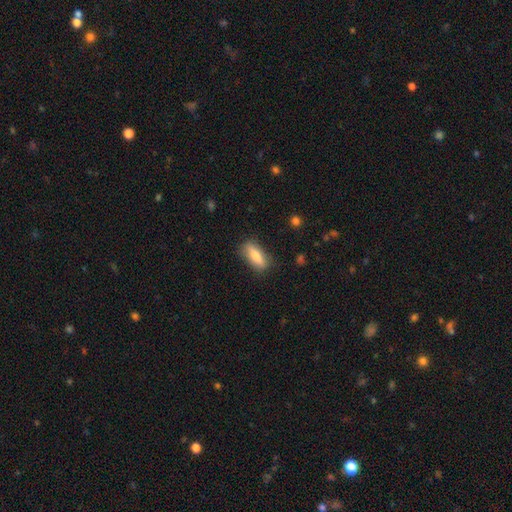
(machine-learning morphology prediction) A smooth galaxy with no disk features (74%) that is in between round and cigar-shaped (60%).

Vote fractions:
- Smooth or featured? smooth: 74% / featured or disk: 19% / star or artifact: 7%
- How rounded? in between: 60% / cigar-shaped: 37% / round: 3%
- Merging? none: 81% / minor disturbance: 14% / major disturbance: 4% / merger: 1%